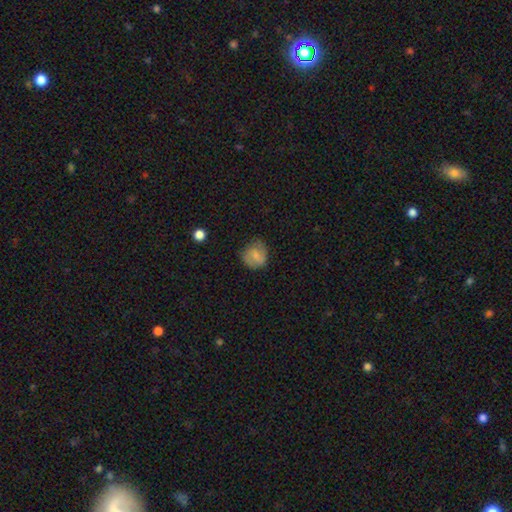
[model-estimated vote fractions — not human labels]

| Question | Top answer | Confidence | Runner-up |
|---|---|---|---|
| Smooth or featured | smooth | 67% | featured or disk (24%) |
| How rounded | round | 77% | in between (22%) |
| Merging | none | 66% | minor disturbance (24%) |